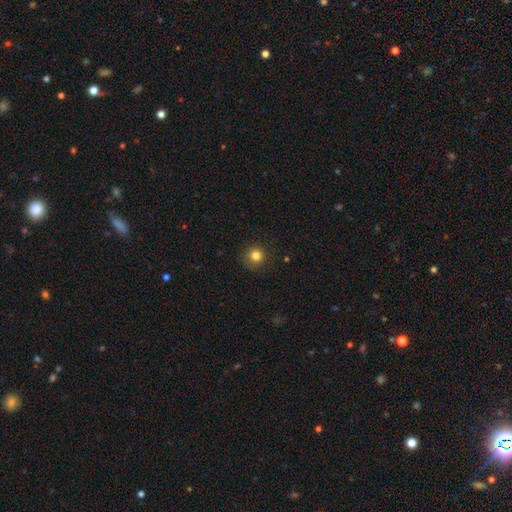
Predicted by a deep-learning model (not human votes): Smooth or featured?
  - smooth: 82% *
  - star or artifact: 12%
  - featured or disk: 5%
How rounded?
  - round: 95% *
  - in between: 5%
  - cigar-shaped: 1%
Merging?
  - none: 87% *
  - minor disturbance: 9%
  - major disturbance: 3%
  - merger: 1%